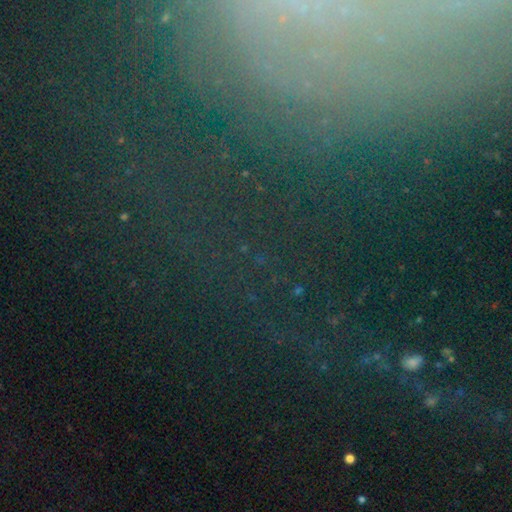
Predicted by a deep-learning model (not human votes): star or artifact 61%, featured or disk 22%, smooth 17%.